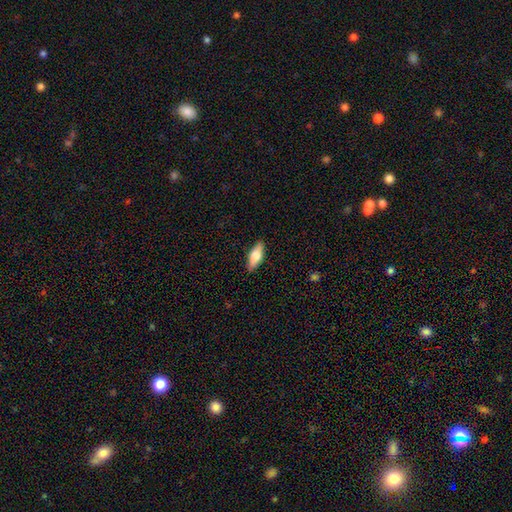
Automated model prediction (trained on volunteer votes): A smooth galaxy with no disk features (61%) that is in between round and cigar-shaped (66%). Merging: none (88%).